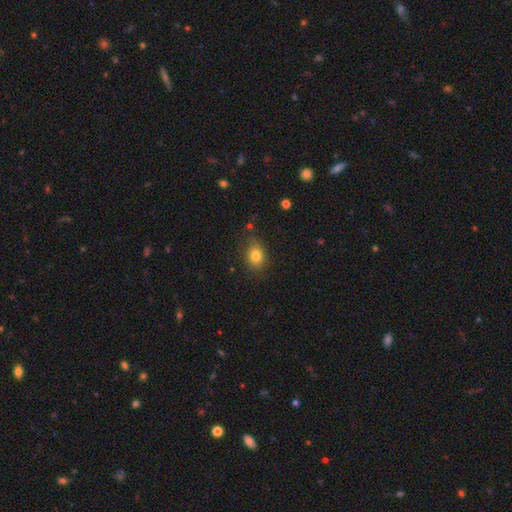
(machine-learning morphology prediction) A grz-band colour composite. It shows a smooth galaxy with no disk features (80%) that is in between round and cigar-shaped (53%). Merging: none (77%).